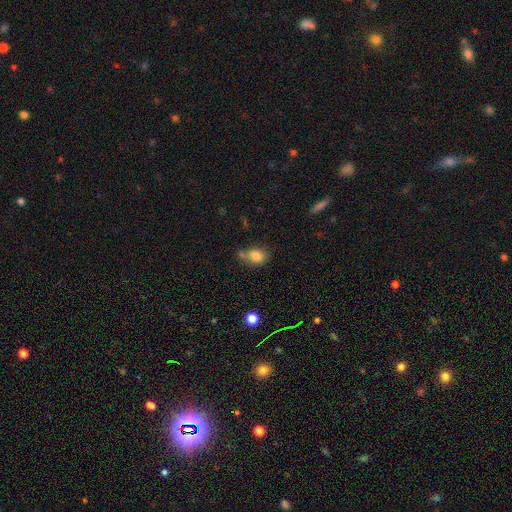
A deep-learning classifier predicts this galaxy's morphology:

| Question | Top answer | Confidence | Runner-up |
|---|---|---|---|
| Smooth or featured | smooth | 80% | star or artifact (10%) |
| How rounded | in between | 63% | round (36%) |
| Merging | none | 51% | minor disturbance (21%) |